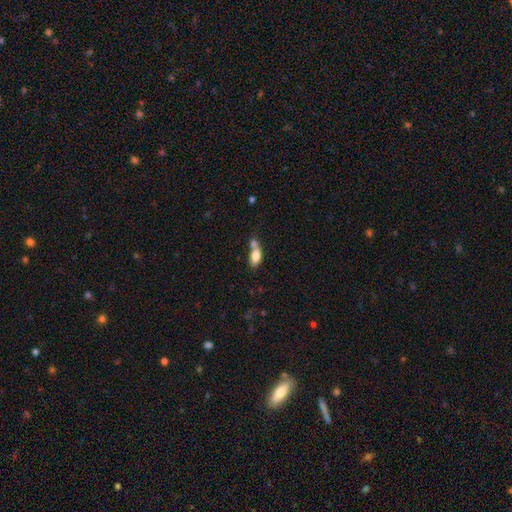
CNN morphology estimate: smooth_or_featured: smooth (p=0.76) [alt: featured or disk p=0.16]
how_rounded: in between (p=0.82) [alt: cigar-shaped p=0.12]
merging: merger (p=0.51) [alt: none p=0.28]